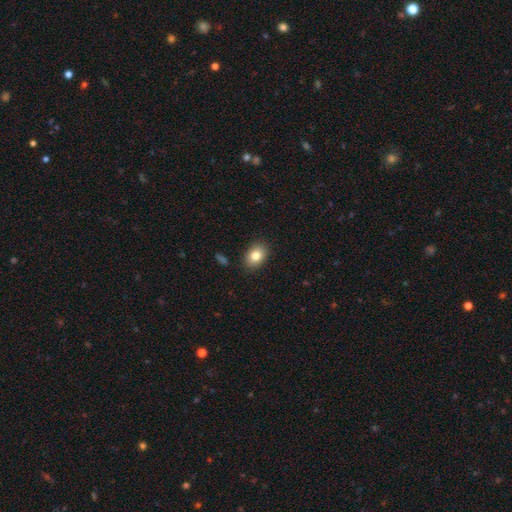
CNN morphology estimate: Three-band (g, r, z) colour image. It shows a smooth galaxy with no disk features (82%) that is in between round and cigar-shaped (71%). Merging: none (88%).